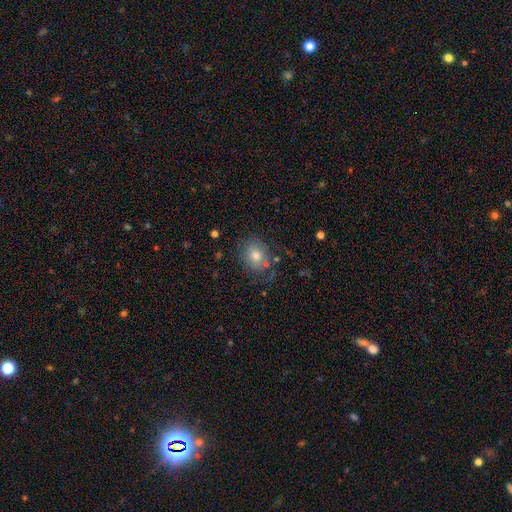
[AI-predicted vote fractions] A smooth galaxy with no disk features (71%) that is round (56%).

Vote fractions:
- Smooth or featured? smooth: 71% / featured or disk: 18% / star or artifact: 11%
- How rounded? round: 56% / in between: 43% / cigar-shaped: 1%
- Merging? none: 71% / minor disturbance: 18% / major disturbance: 7% / merger: 4%